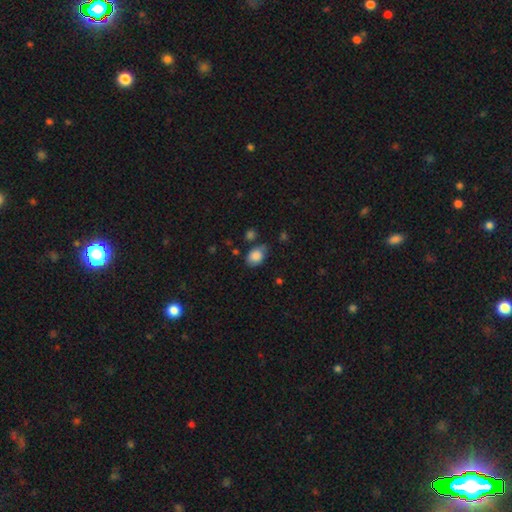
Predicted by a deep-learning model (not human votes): Smooth or featured? smooth (85%)
How rounded? in between (79%)
Merging? none (63%)